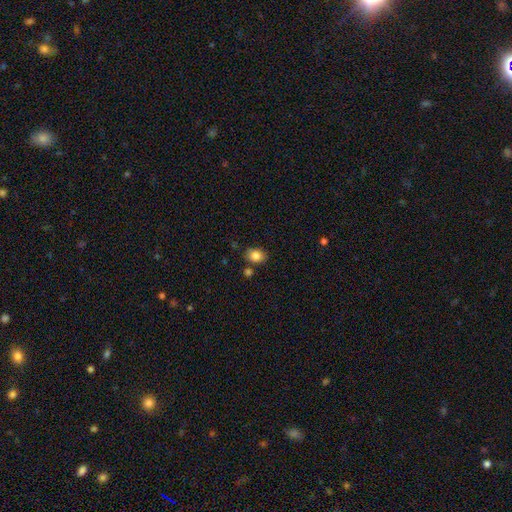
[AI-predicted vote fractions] smooth 84%, star or artifact 9%, featured or disk 7%. Down the decision tree: how rounded — in between (62%); merging — none (78%).